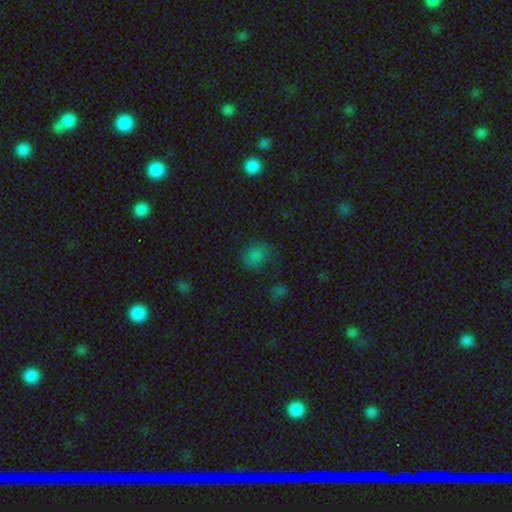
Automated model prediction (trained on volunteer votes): The model was most divided on "how rounded": round: 67%, in between: 32%, cigar-shaped: 1%. More confident: smooth or featured — smooth (76%); merging — none (73%).